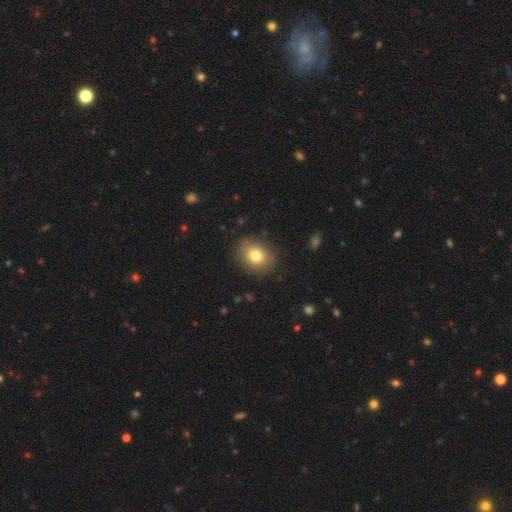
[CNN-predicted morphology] This appears to be a smooth galaxy with no disk features (79%) that is round (51%). Merging: none (86%).